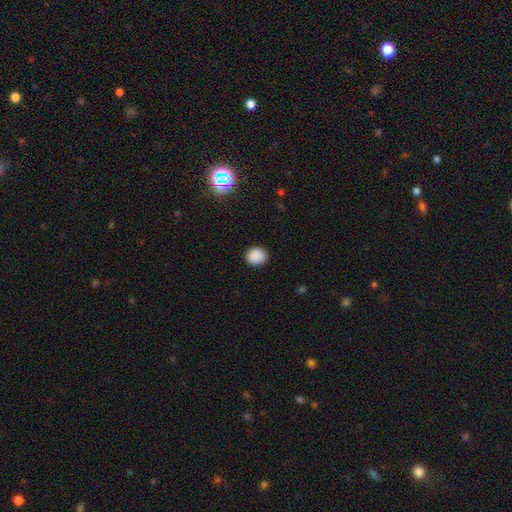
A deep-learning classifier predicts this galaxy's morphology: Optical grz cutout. It shows a smooth galaxy with no disk features (88%) that is round (72%). Merging: none (89%).